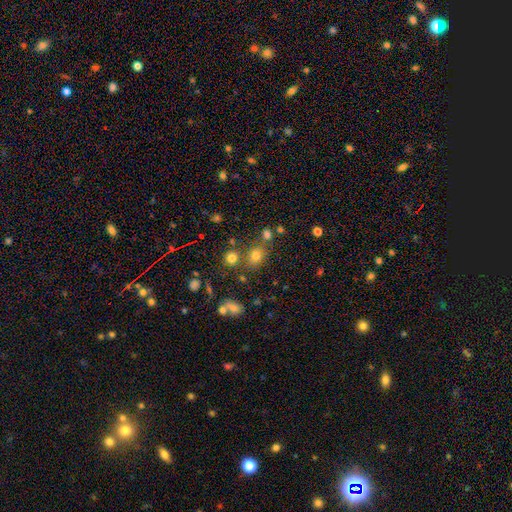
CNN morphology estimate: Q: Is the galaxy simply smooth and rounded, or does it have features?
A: smooth — 72%.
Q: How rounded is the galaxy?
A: round — 57%.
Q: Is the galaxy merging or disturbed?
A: none — 68%.